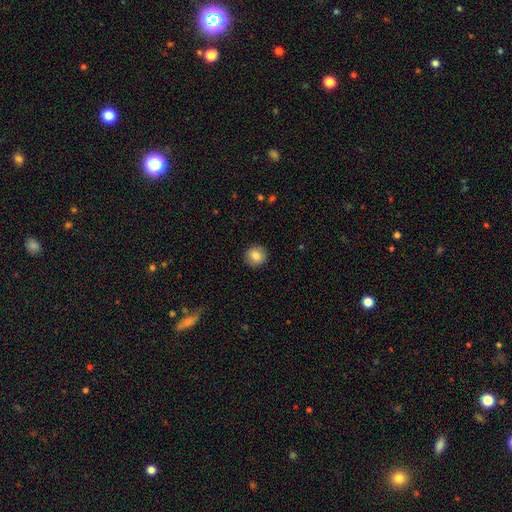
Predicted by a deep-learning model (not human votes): This appears to be a smooth galaxy with no disk features (82%) that is round (92%). Merging: none (92%).